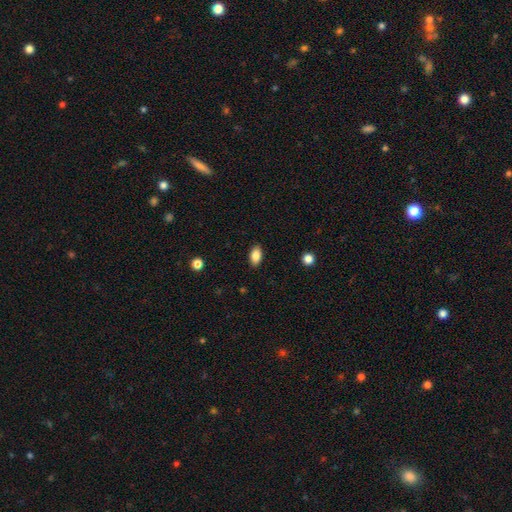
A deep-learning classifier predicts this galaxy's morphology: type=smooth (87%); roundness=in between (92%); merging=none (88%).